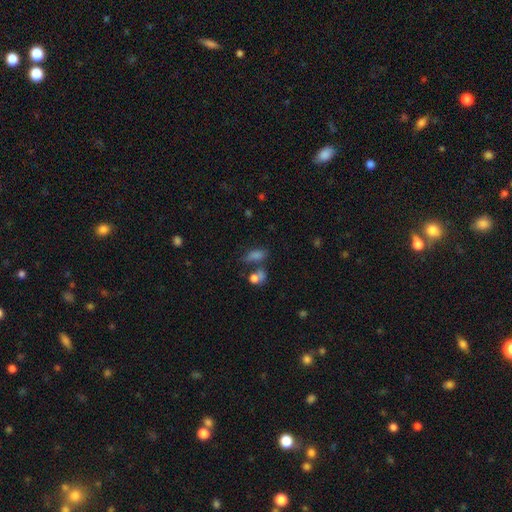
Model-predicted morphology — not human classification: Q: Smooth or featured?
A: smooth (67%); runner-up: star or artifact (20%)
Q: How rounded?
A: in between (75%); runner-up: round (13%)
Q: Merging?
A: none (50%); runner-up: merger (27%)